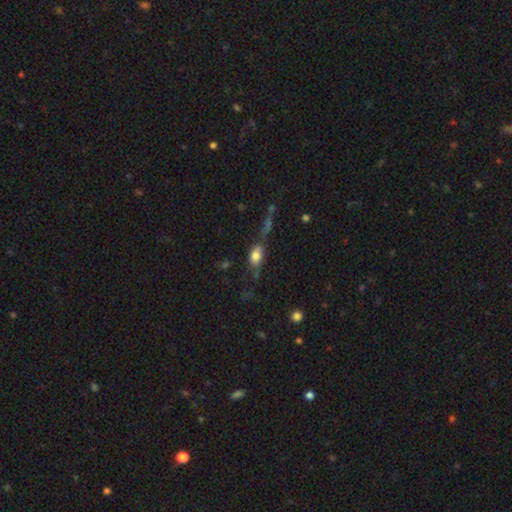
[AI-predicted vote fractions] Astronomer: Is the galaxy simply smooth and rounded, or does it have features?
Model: smooth — 71%.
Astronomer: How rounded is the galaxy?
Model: in between — 76%.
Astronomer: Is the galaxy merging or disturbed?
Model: none — 42% (runner-up: minor disturbance, 24%).